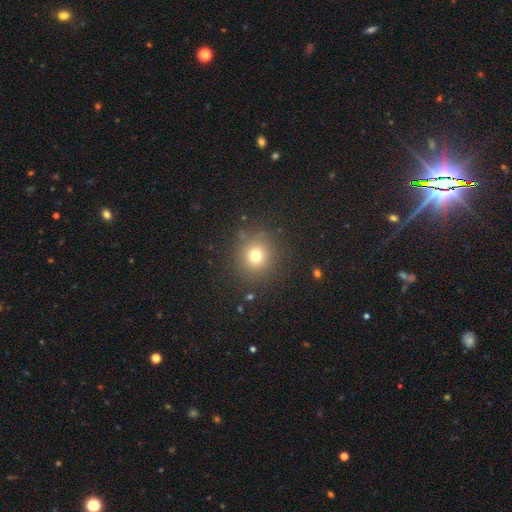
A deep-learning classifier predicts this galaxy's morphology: smooth_or_featured: smooth (p=0.73) [alt: star or artifact p=0.18]
how_rounded: round (p=0.91) [alt: in between p=0.08]
merging: none (p=0.87) [alt: minor disturbance p=0.08]